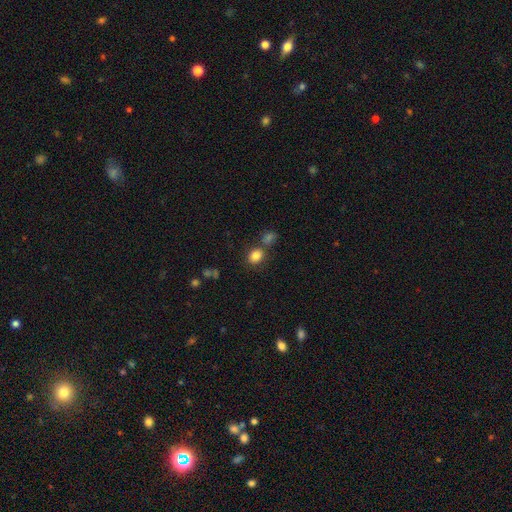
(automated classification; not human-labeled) This appears to be a smooth galaxy with no disk features (83%) that is round (54%). Merging: none (67%).